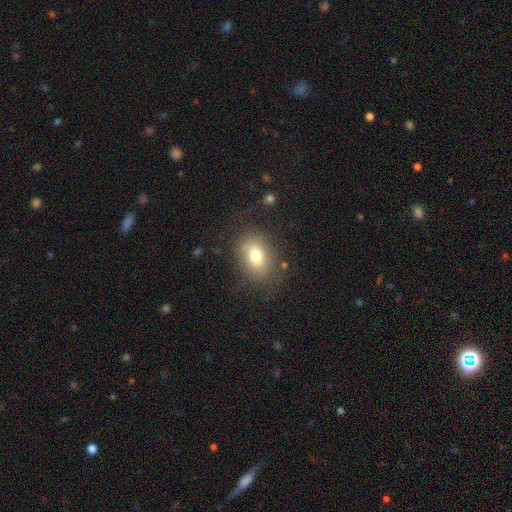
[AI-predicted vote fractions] Smooth or featured?
  - smooth: 74% *
  - featured or disk: 16%
  - star or artifact: 11%
How rounded?
  - in between: 71% *
  - round: 28%
  - cigar-shaped: 1%
Merging?
  - none: 72% *
  - minor disturbance: 17%
  - major disturbance: 8%
  - merger: 2%